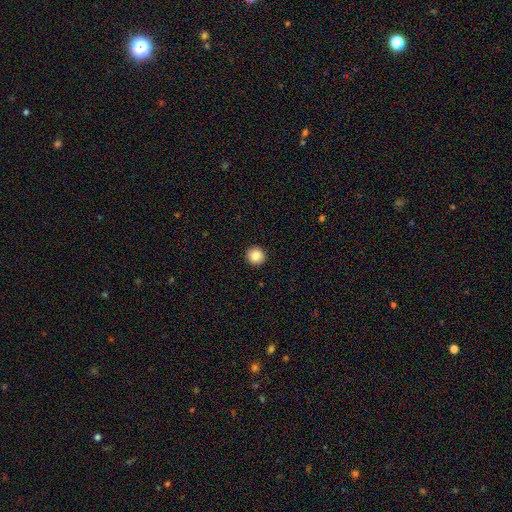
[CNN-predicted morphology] Smooth or featured: smooth — 87% (star or artifact — 9%)
How rounded: round — 95% (in between — 4%)
Merging: none — 94% (minor disturbance — 4%)